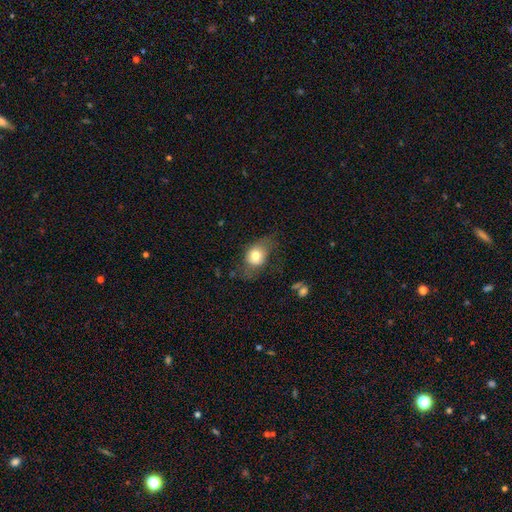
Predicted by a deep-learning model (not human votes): Q: Smooth or featured?
A: smooth (73%); runner-up: featured or disk (19%)
Q: How rounded?
A: in between (53%); runner-up: round (45%)
Q: Merging?
A: none (48%); runner-up: minor disturbance (28%)